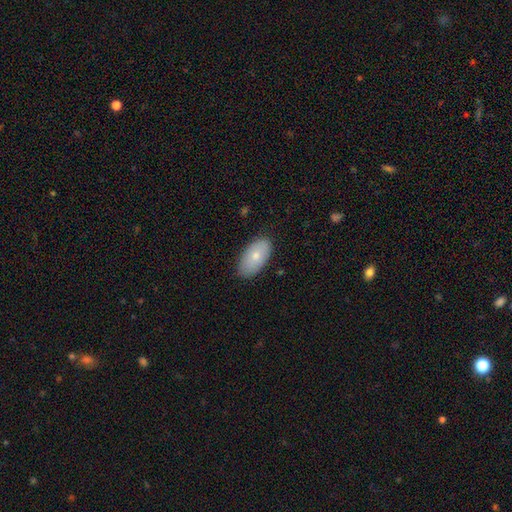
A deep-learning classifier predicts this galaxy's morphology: Smooth or featured? smooth (75%)
How rounded? in between (95%)
Merging? none (83%)